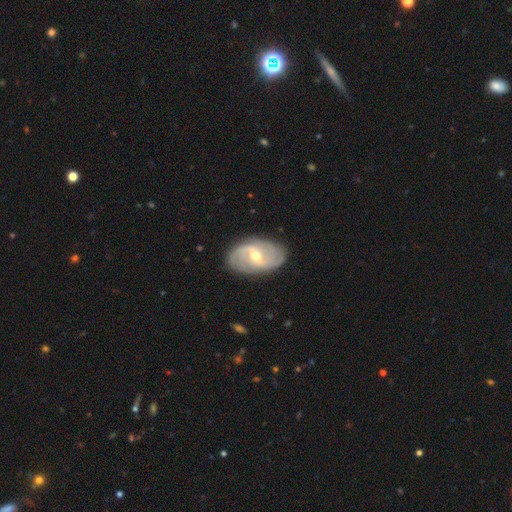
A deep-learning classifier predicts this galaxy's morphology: smooth-or-featured: featured or disk: 82% | smooth: 13% | star or artifact: 5%
  disk-edge-on: no: 96% | yes: 4%
    bar: weak: 53% | no: 30% | strong: 18%
    has-spiral-arms: yes: 92% | no: 8%
      spiral-winding: tight: 39% (tied) | medium: 39% (tied) | loose: 22%
      spiral-arm-count: 2: 46% | can't tell: 24% | 3: 15% | 4: 6% | 1: 4% | more than 4: 4%
    bulge-size: moderate: 59% | small: 38% | large: 2% | none: 1% | dominant: 1%
  merging: none: 83% | minor disturbance: 13% | major disturbance: 3% | merger: 1%